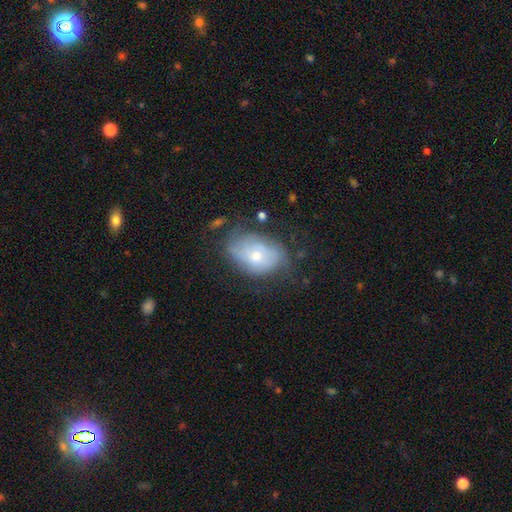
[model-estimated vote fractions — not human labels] Smooth or featured?
  - featured or disk: 50% *
  - smooth: 41%
  - star or artifact: 9%
Merging?
  - none: 55% *
  - minor disturbance: 28%
  - major disturbance: 14%
  - merger: 3%